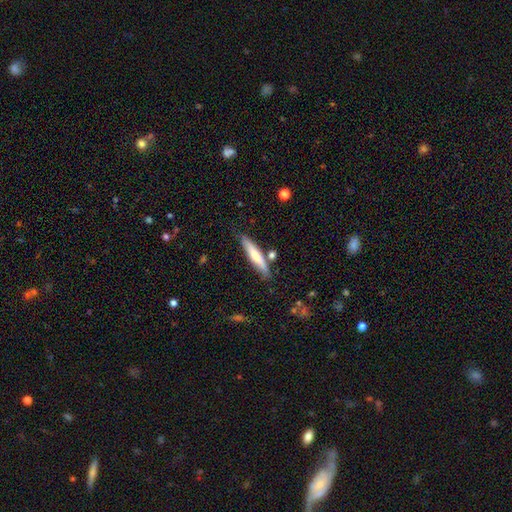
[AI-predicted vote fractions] smooth_or_featured: smooth (p=0.56) [alt: featured or disk p=0.38]
how_rounded: cigar-shaped (p=0.86) [alt: in between p=0.12]
merging: none (p=0.78) [alt: minor disturbance p=0.13]